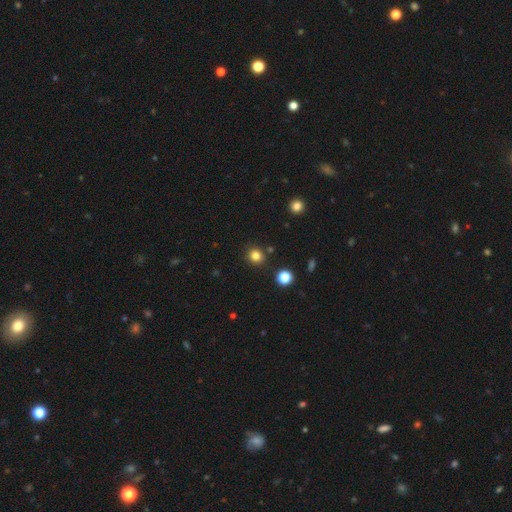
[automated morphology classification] Smooth or featured? smooth (82%)
How rounded? round (87%)
Merging? none (87%)